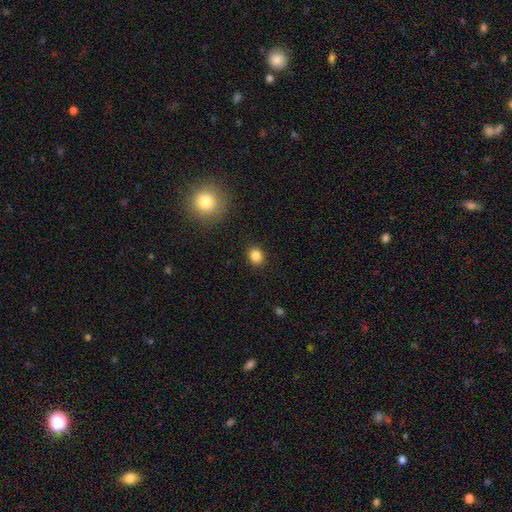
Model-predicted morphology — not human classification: Overall: smooth (85%). How rounded: round (61%; in between 38%). Merging: none (90%).